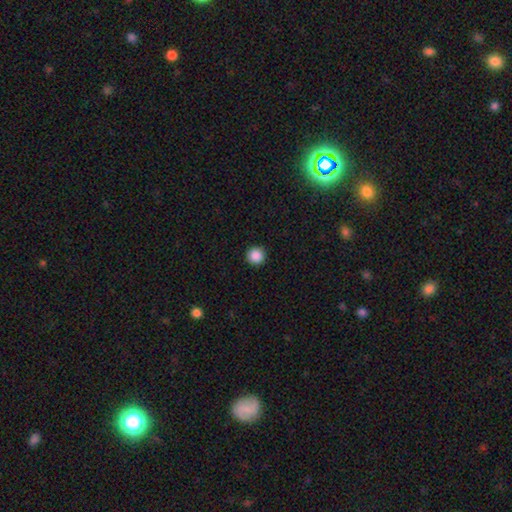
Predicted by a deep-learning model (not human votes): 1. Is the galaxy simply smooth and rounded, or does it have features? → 88% smooth, 9% star or artifact, 2% featured or disk.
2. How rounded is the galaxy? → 96% round, 3% in between, 1% cigar-shaped.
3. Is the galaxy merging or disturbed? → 93% none, 5% minor disturbance, 2% major disturbance, 1% merger.